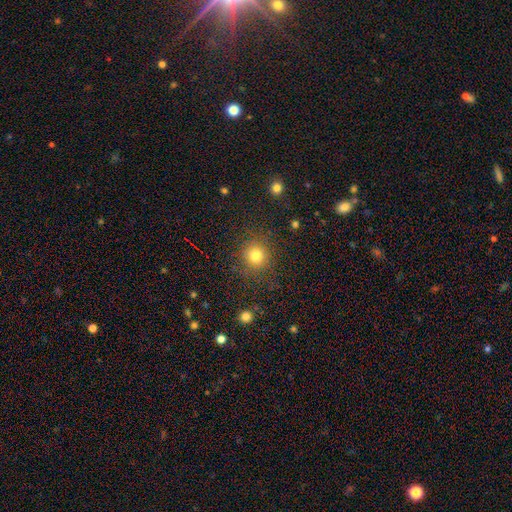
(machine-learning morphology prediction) Smooth or featured: smooth — 80% (star or artifact — 14%)
How rounded: round — 91% (in between — 8%)
Merging: none — 85% (minor disturbance — 9%)